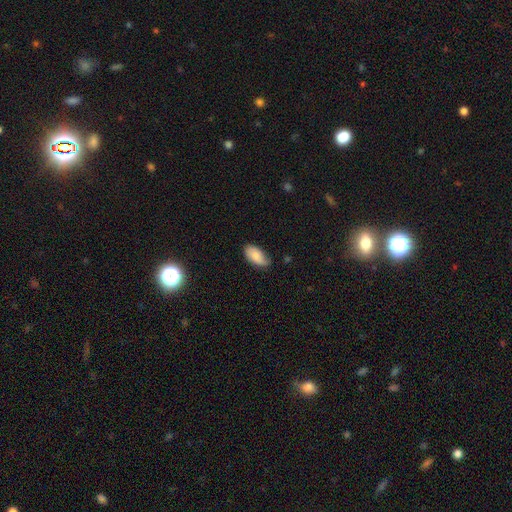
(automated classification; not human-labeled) Smooth or featured? smooth (75%)
How rounded? in between (94%)
Merging? none (65%)